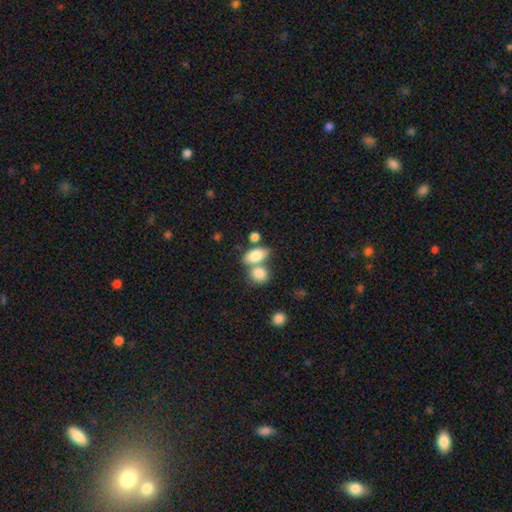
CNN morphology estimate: smooth_or_featured: smooth (p=0.82) [alt: featured or disk p=0.11]
how_rounded: in between (p=0.86) [alt: round p=0.10]
merging: merger (p=0.46) [alt: none p=0.40]